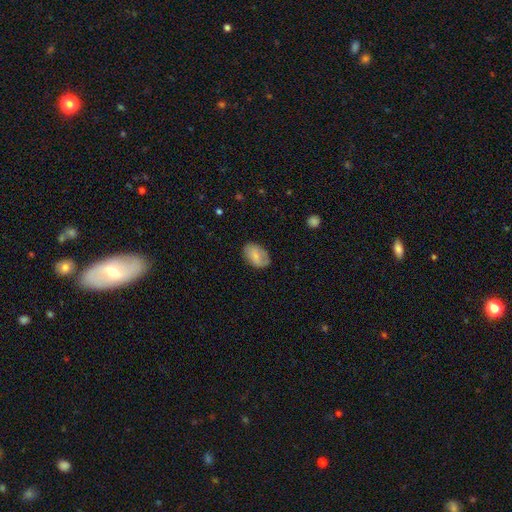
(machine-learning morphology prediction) A smooth galaxy with no disk features (72%) that is in between round and cigar-shaped (86%). Merging: none (74%).